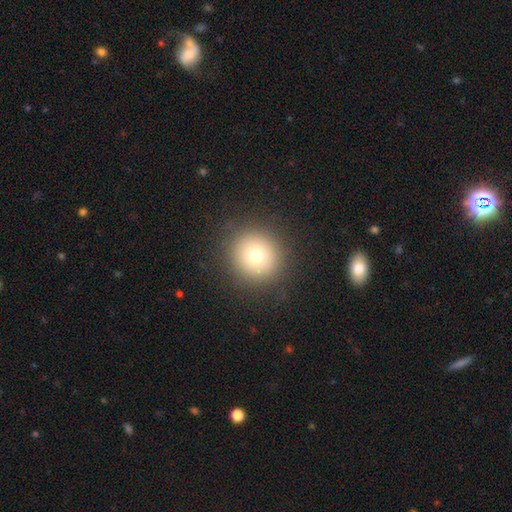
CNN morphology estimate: This is likely a smooth galaxy (74%). How rounded: clearly round (95%). Merging: clearly none (90%).